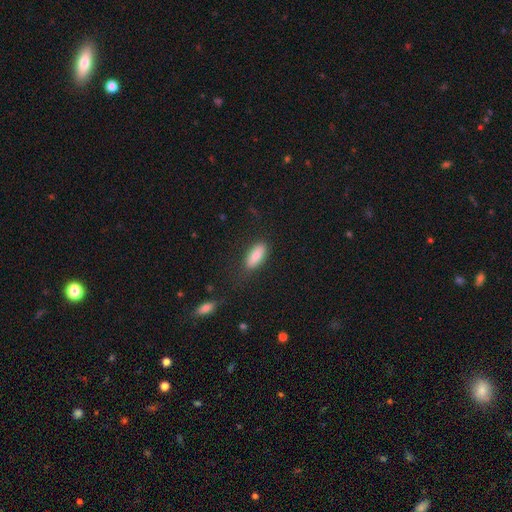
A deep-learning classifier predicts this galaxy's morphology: This appears to be a smooth galaxy with no disk features (84%) that is in between round and cigar-shaped (78%). Merging: none (80%).